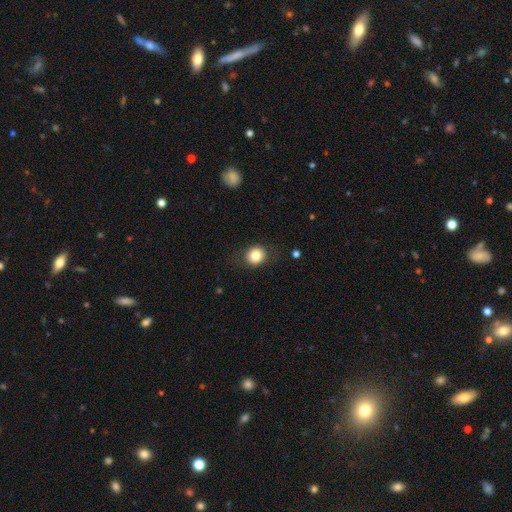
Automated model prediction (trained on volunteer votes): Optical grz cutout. It shows a smooth galaxy with no disk features (81%) that is round (77%). Merging: none (81%).